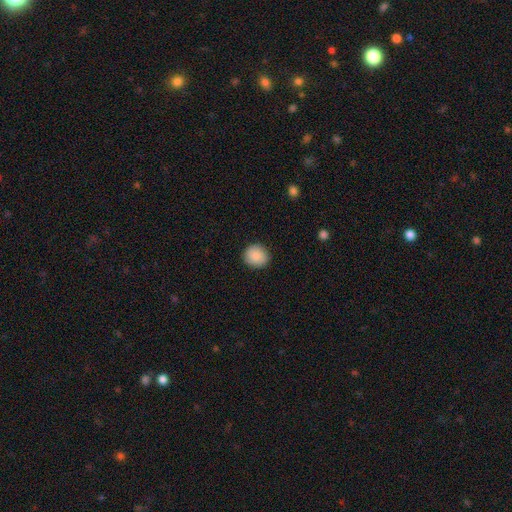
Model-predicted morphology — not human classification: Q: Smooth or featured?
A: smooth (88%); runner-up: star or artifact (7%)
Q: How rounded?
A: round (88%); runner-up: in between (11%)
Q: Merging?
A: none (90%); runner-up: minor disturbance (7%)